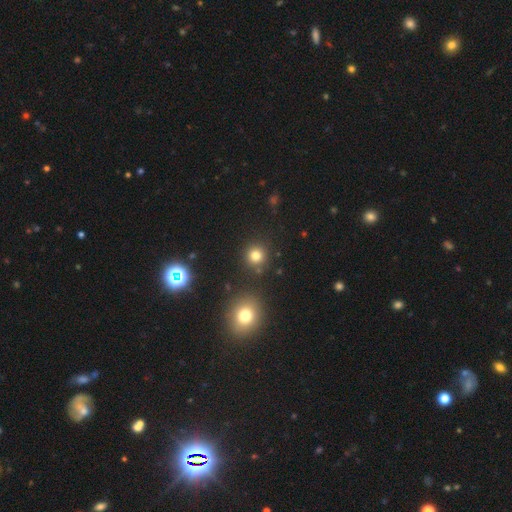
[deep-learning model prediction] This is likely a smooth galaxy (78%). How rounded: clearly round (92%). Merging: clearly none (85%).